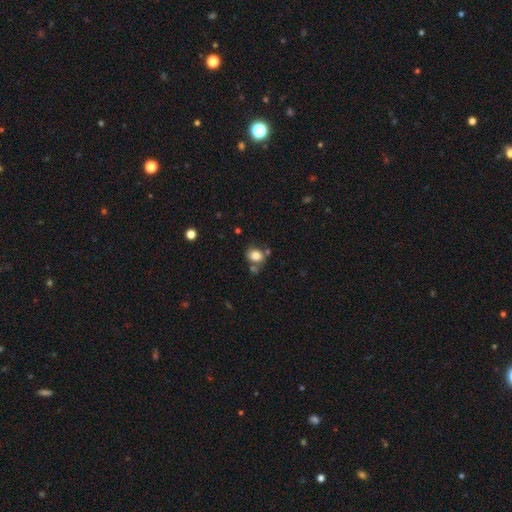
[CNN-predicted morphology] Overall: smooth (82%). How rounded: round (50%; in between 49%). Merging: none (60%).